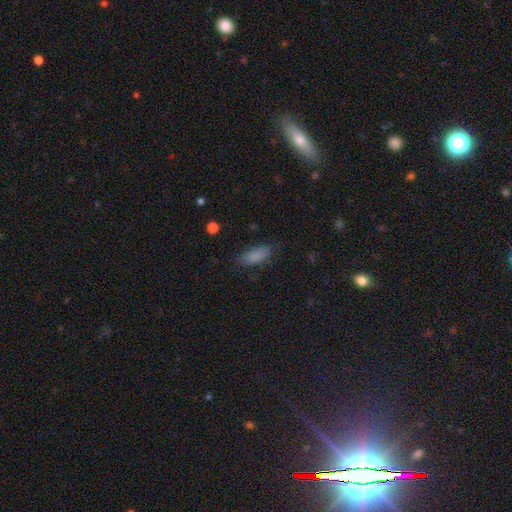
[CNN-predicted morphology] smooth_or_featured: smooth (p=0.85) [alt: star or artifact p=0.09]
how_rounded: in between (p=0.80) [alt: cigar-shaped p=0.18]
merging: none (p=0.75) [alt: minor disturbance p=0.18]